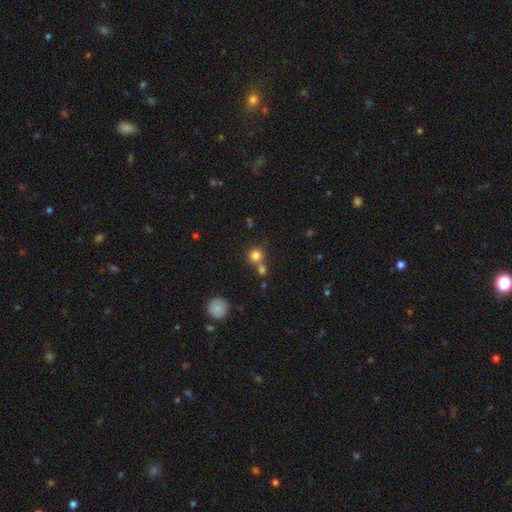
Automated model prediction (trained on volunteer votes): smooth_or_featured: smooth (p=0.80) [alt: star or artifact p=0.13]
how_rounded: round (p=0.91) [alt: in between p=0.08]
merging: none (p=0.60) [alt: merger p=0.30]